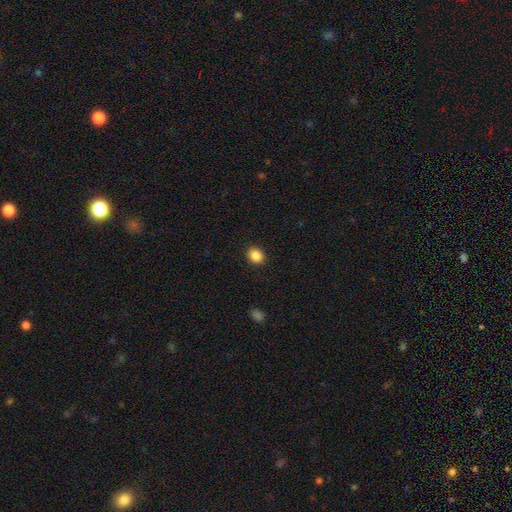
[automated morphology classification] Smooth or featured?
  - smooth: 87% *
  - star or artifact: 10%
  - featured or disk: 3%
How rounded?
  - round: 71% *
  - in between: 28%
  - cigar-shaped: 1%
Merging?
  - none: 91% *
  - minor disturbance: 6%
  - major disturbance: 2%
  - merger: 1%